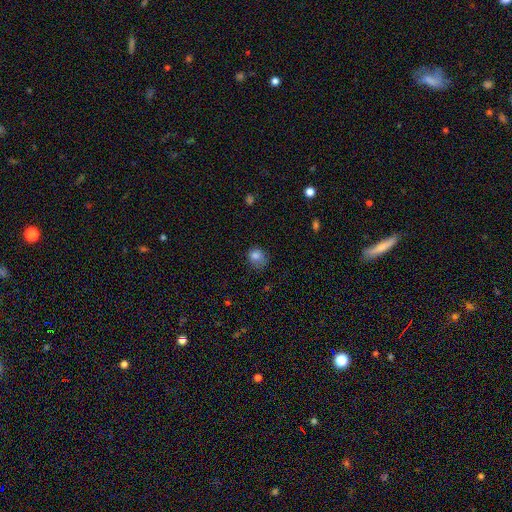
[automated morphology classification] smooth-or-featured: smooth: 81% | star or artifact: 11% | featured or disk: 8%
  how-rounded: round: 70% | in between: 29% | cigar-shaped: 1%
  merging: none: 60% | minor disturbance: 28% | major disturbance: 10% | merger: 2%